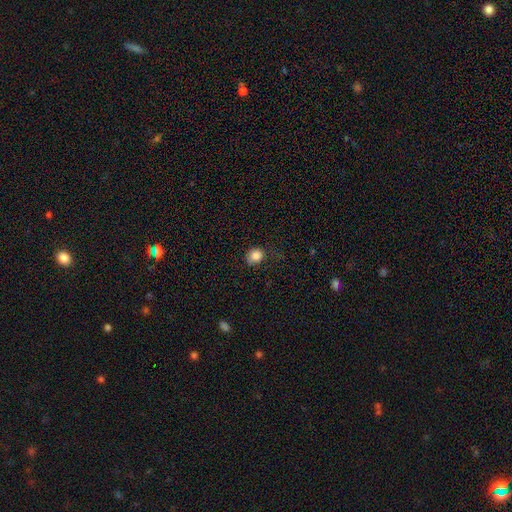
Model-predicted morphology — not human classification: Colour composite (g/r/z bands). It shows a smooth galaxy with no disk features (85%) that is round (71%). Merging: none (67%).